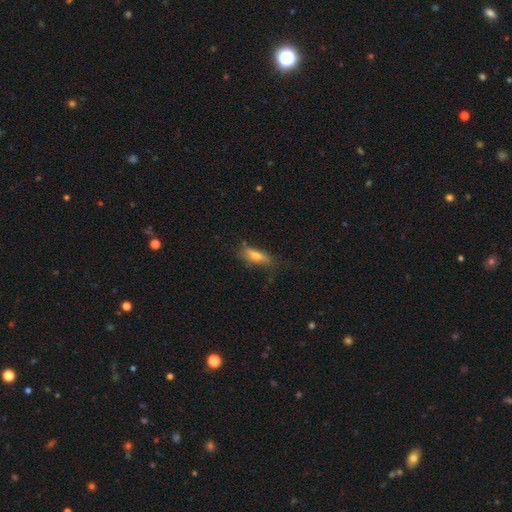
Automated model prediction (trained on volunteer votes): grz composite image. It shows a smooth galaxy with no disk features (63%) that is in between round and cigar-shaped (49%). Merging: none (63%).